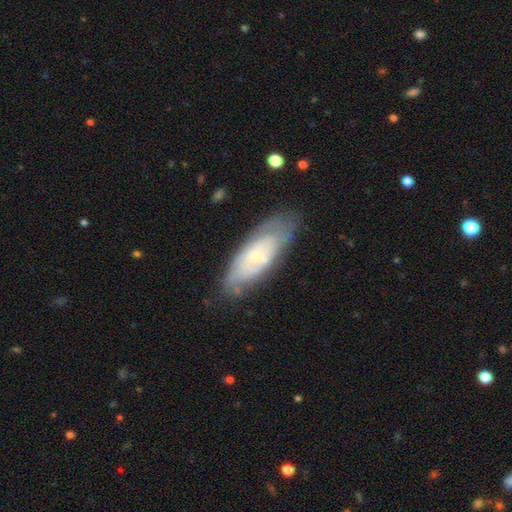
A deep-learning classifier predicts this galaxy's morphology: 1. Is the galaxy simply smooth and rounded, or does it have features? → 53% featured or disk, 40% smooth, 8% star or artifact.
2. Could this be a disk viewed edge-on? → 83% no, 17% yes.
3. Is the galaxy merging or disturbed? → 69% none, 21% minor disturbance, 6% major disturbance, 3% merger.